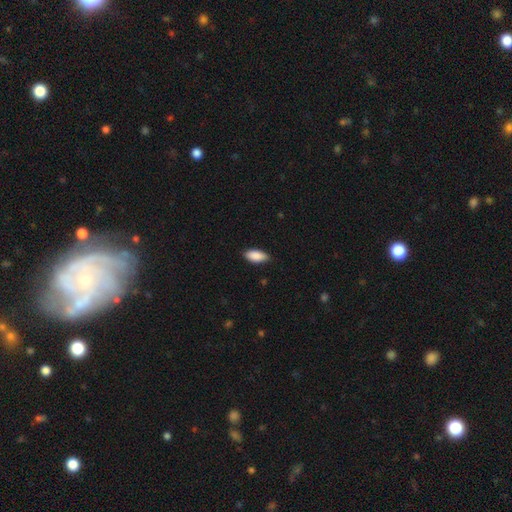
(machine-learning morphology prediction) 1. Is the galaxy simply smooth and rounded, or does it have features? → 89% smooth, 6% star or artifact, 5% featured or disk.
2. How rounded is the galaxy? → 89% in between, 9% cigar-shaped, 2% round.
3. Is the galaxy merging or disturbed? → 84% none, 13% minor disturbance, 2% major disturbance, 1% merger.